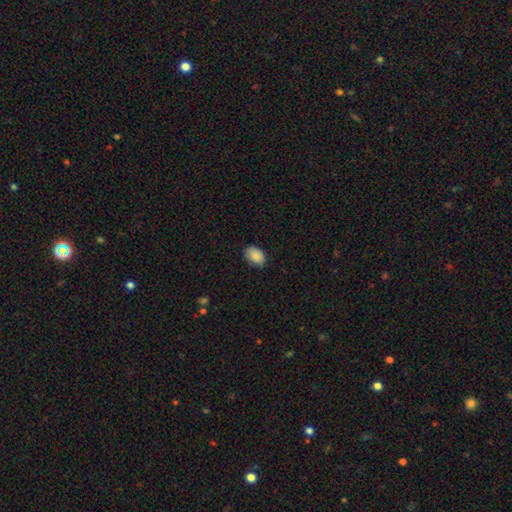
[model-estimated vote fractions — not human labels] smooth 88%, star or artifact 7%, featured or disk 5%. Down the decision tree: how rounded — in between (84%); merging — none (83%).